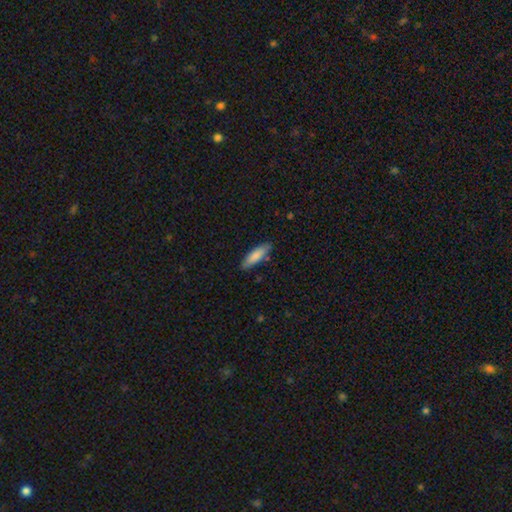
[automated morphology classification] This appears to be a smooth galaxy with no disk features (83%) that is cigar-shaped (53%). Merging: none (82%).